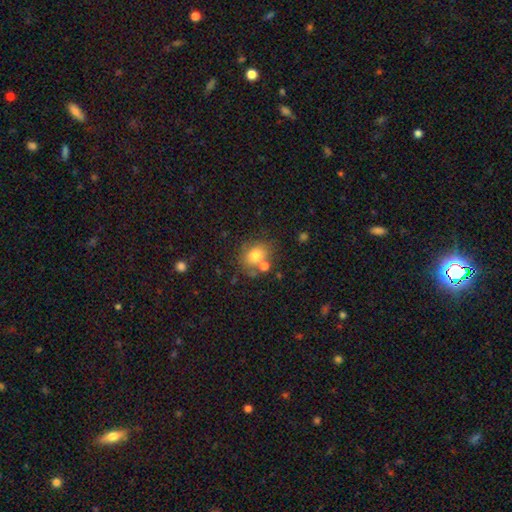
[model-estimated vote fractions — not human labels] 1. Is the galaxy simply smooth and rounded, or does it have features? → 75% smooth, 13% featured or disk, 12% star or artifact.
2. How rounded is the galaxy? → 63% round, 36% in between, 1% cigar-shaped.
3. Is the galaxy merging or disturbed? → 63% none, 18% merger, 14% minor disturbance, 5% major disturbance.